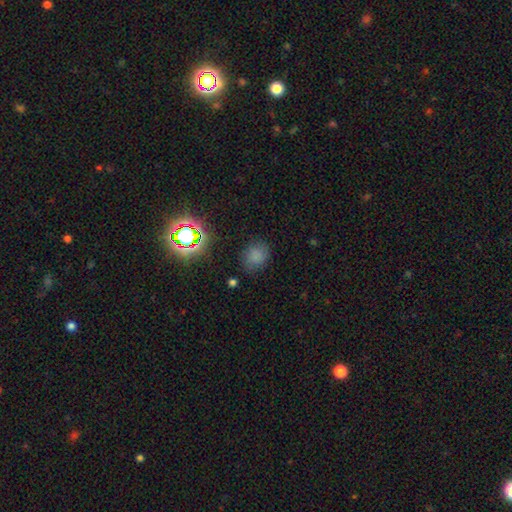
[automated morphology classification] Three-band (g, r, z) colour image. It shows a smooth galaxy with no disk features (72%) that is round (71%). Merging: none (77%).